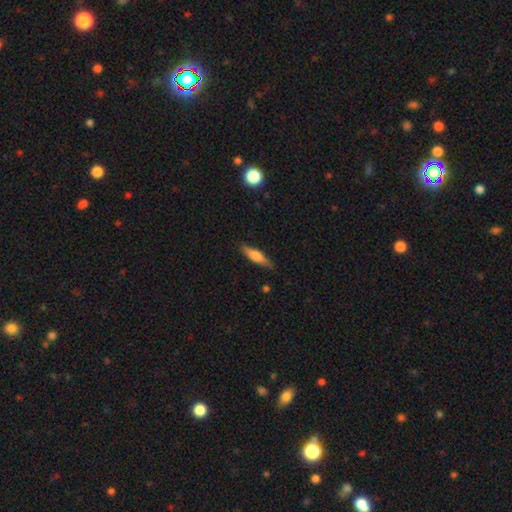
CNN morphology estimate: smooth 54%, featured or disk 40%, star or artifact 6%. Down the decision tree: how rounded — cigar-shaped (72%); merging — none (86%).